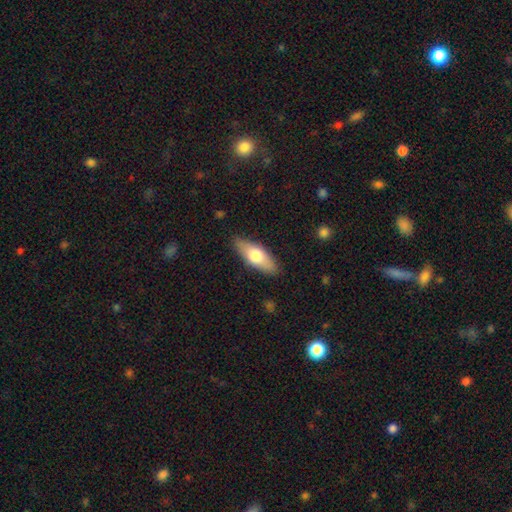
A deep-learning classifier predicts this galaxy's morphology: A smooth galaxy with no disk features (66%) that is in between round and cigar-shaped (67%). Merging: none (86%).